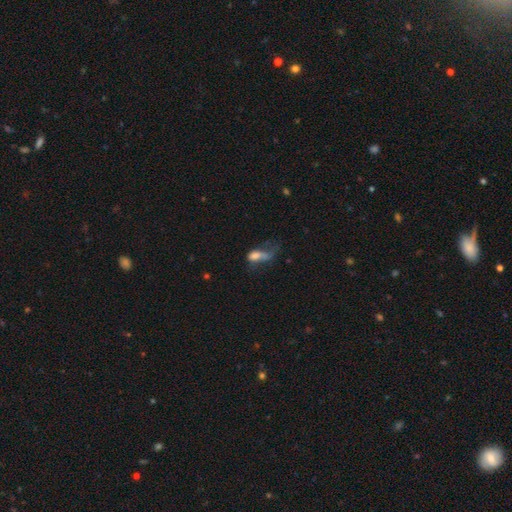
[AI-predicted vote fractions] The model was most divided on "smooth or featured": smooth: 59%, featured or disk: 29%, star or artifact: 12%. More confident: how rounded — in between (78%); merging — major disturbance (57%).